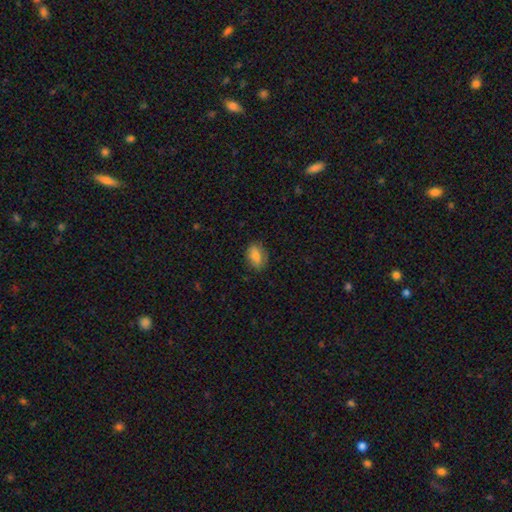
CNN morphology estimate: A smooth galaxy with no disk features (77%) that is in between round and cigar-shaped (81%). Merging: none (78%).